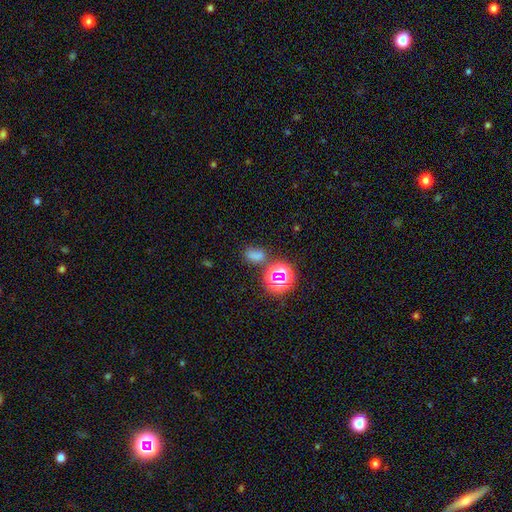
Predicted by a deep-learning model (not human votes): A smooth galaxy with no disk features (61%) that is in between round and cigar-shaped (74%).

Vote fractions:
- Smooth or featured? smooth: 61% / star or artifact: 31% / featured or disk: 7%
- How rounded? in between: 74% / round: 24% / cigar-shaped: 3%
- Merging? none: 59% / minor disturbance: 17% / merger: 16% / major disturbance: 8%